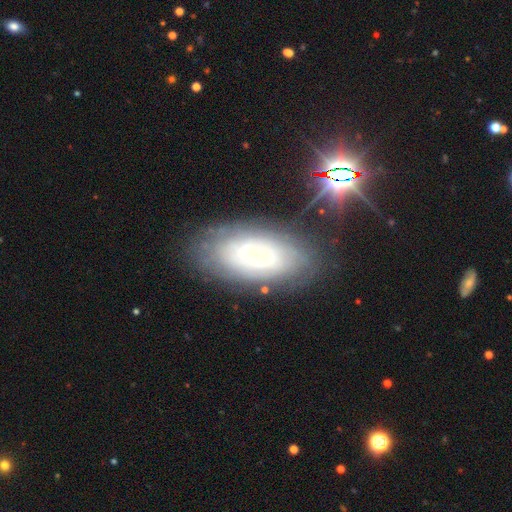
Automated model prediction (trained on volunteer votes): featured or disk 67%, smooth 22%, star or artifact 12%. Down the decision tree: edge-on disk — no (92%); bar — no (84%); spiral arms — yes (71%); bulge size — small (78%); merging — none (77%).